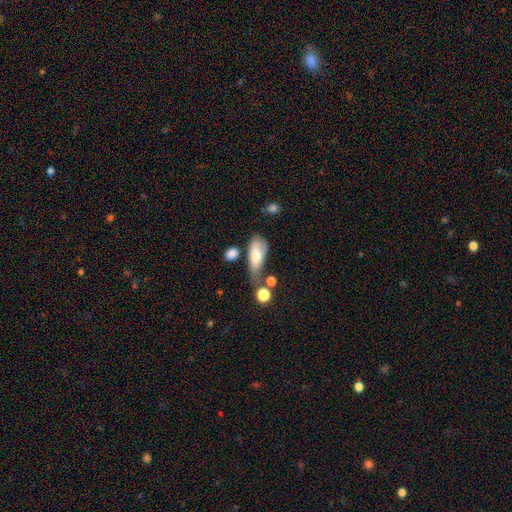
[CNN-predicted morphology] smooth 69%, featured or disk 24%, star or artifact 8%. Down the decision tree: how rounded — in between (78%); merging — minor disturbance (31%).